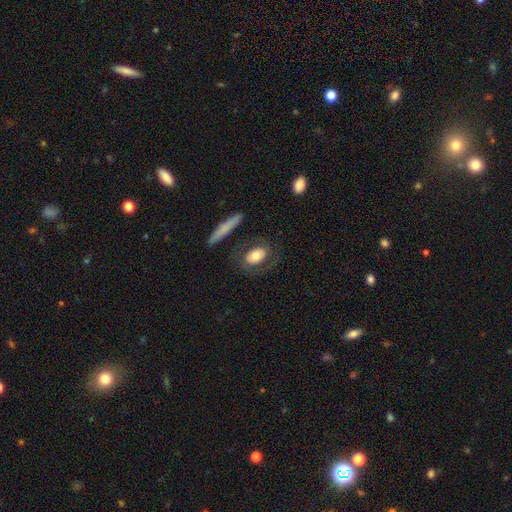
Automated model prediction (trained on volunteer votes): smooth 62%, featured or disk 31%, star or artifact 7%. Down the decision tree: how rounded — in between (81%); merging — none (68%).